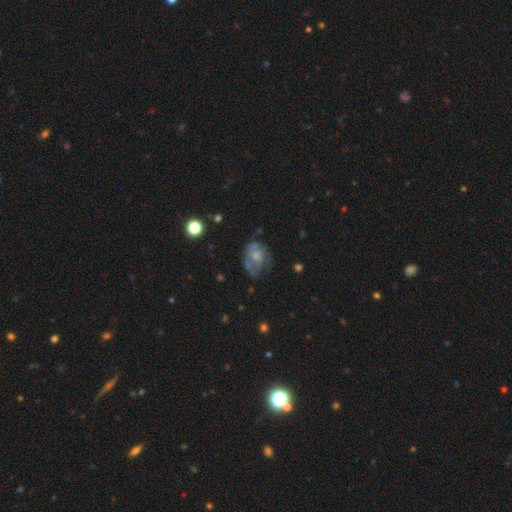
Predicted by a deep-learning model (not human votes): A featured or disk galaxy (46%). Merging: none (43%).